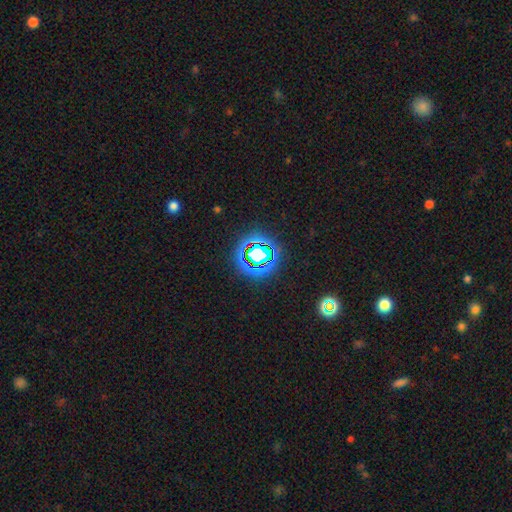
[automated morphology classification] Smooth or featured?
  - star or artifact: 66% *
  - smooth: 21%
  - featured or disk: 13%